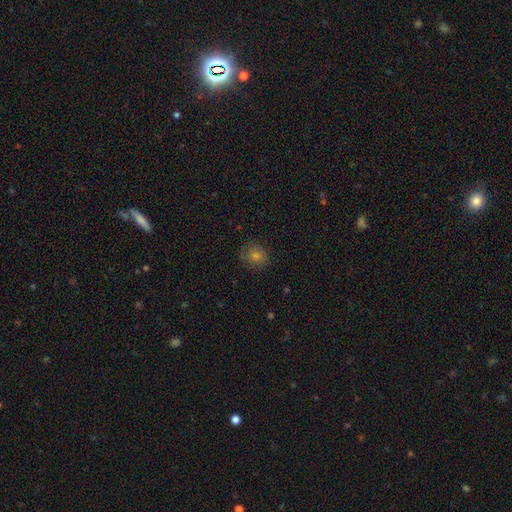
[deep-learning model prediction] Smooth or featured? Predicted: smooth (p=0.66). How rounded? Predicted: round (p=0.79). Merging? Predicted: none (p=0.84).